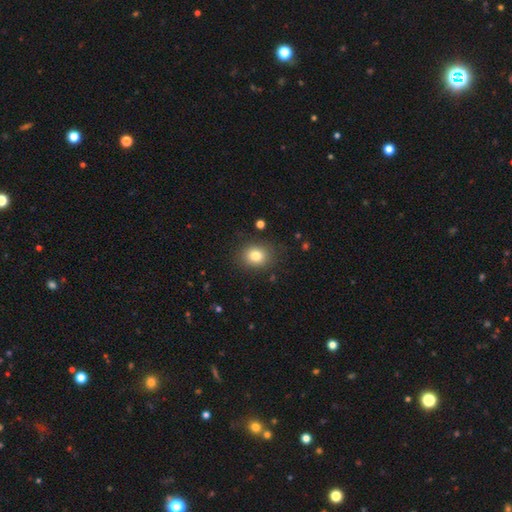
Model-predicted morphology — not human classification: type=smooth (81%); roundness=round (61%); merging=none (85%).